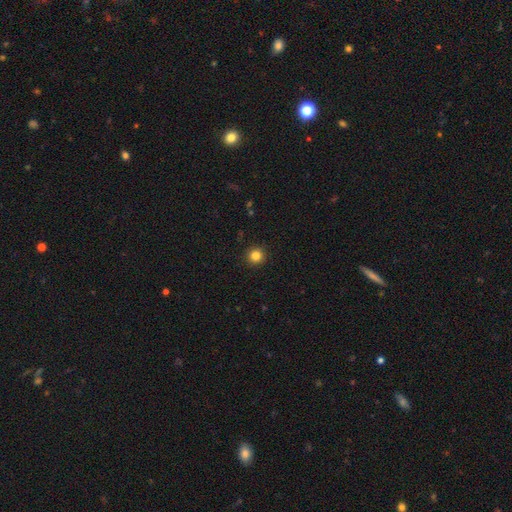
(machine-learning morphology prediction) smooth_or_featured: smooth (p=0.84) [alt: star or artifact p=0.12]
how_rounded: round (p=0.95) [alt: in between p=0.04]
merging: none (p=0.93) [alt: minor disturbance p=0.05]